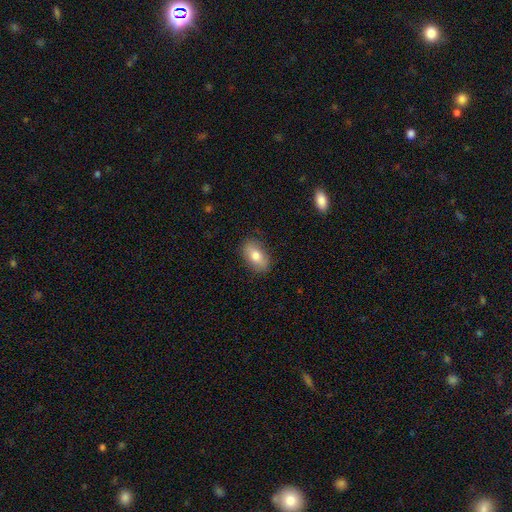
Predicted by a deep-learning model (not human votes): Smooth or featured: smooth — 77% (featured or disk — 16%)
How rounded: in between — 89% (round — 7%)
Merging: none — 84% (minor disturbance — 12%)